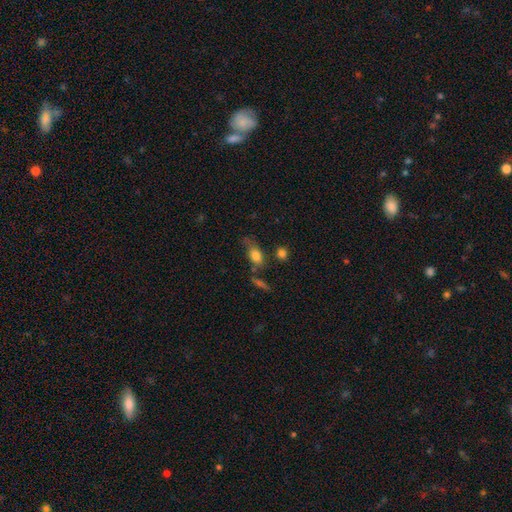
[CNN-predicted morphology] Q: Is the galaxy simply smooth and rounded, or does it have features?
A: smooth — 78%.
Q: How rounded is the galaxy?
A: in between — 79%.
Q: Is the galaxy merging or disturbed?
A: none — 52%.